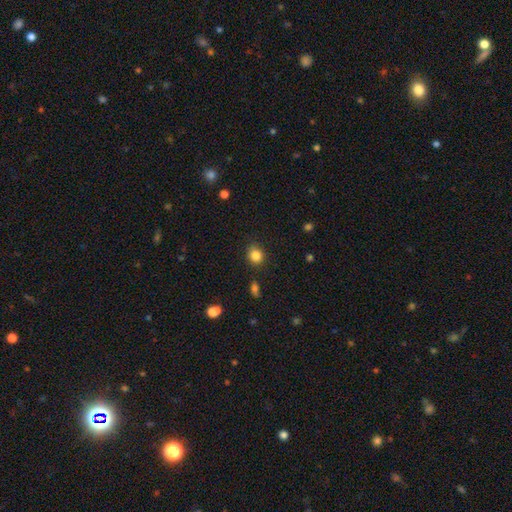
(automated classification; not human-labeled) smooth_or_featured: smooth (p=0.84) [alt: star or artifact p=0.11]
how_rounded: round (p=0.80) [alt: in between p=0.19]
merging: none (p=0.81) [alt: minor disturbance p=0.13]